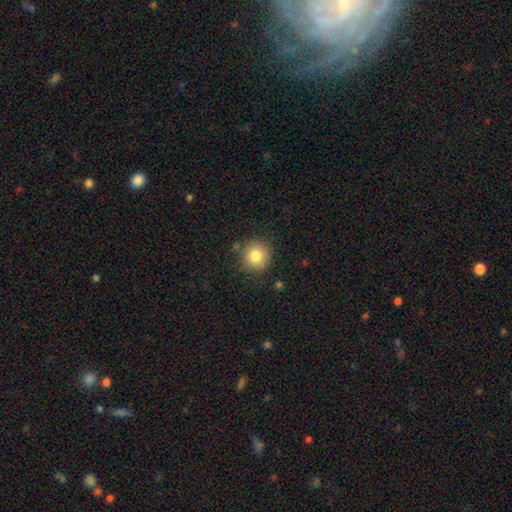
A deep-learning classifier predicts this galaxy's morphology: This appears to be a smooth galaxy with no disk features (82%) that is round (90%). Merging: none (85%).